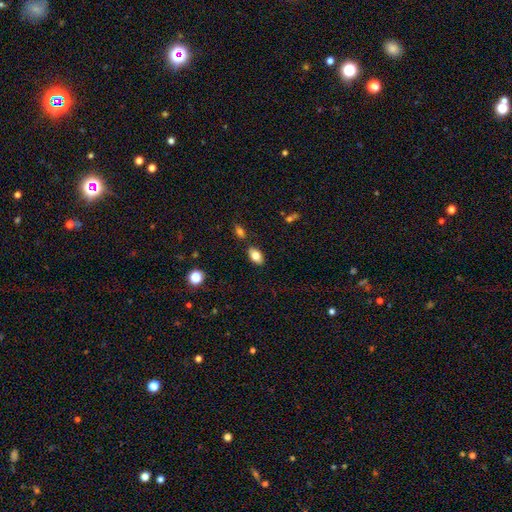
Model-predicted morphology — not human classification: type=smooth (78%); roundness=in between (90%); merging=none (82%).